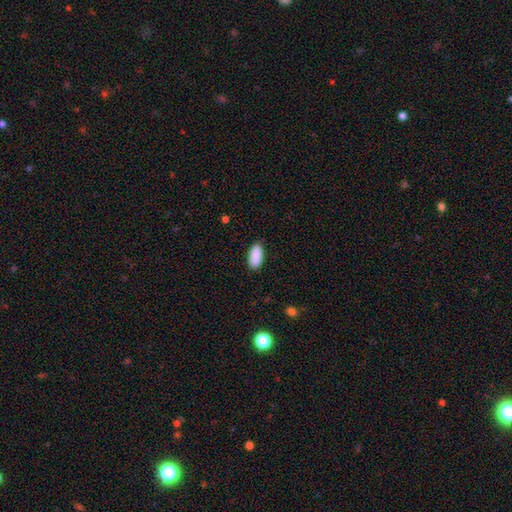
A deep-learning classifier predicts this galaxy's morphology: smooth_or_featured: smooth (p=0.91) [alt: star or artifact p=0.06]
how_rounded: in between (p=0.93) [alt: cigar-shaped p=0.05]
merging: none (p=0.86) [alt: minor disturbance p=0.10]